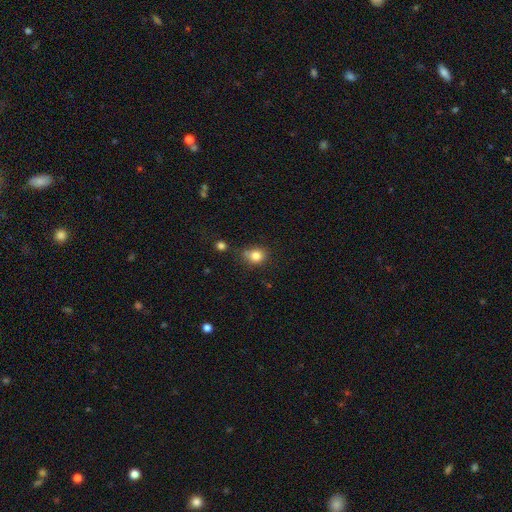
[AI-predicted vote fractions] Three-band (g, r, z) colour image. It shows a smooth galaxy with no disk features (81%) that is round (71%). Merging: none (61%).